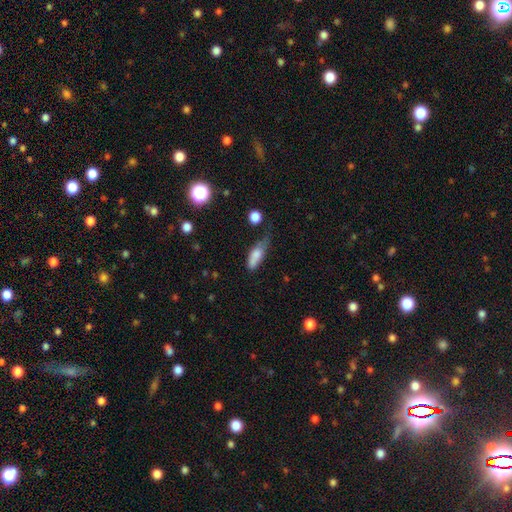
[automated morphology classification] smooth 74%, featured or disk 18%, star or artifact 8%. Down the decision tree: how rounded — in between (65%); merging — minor disturbance (39%).